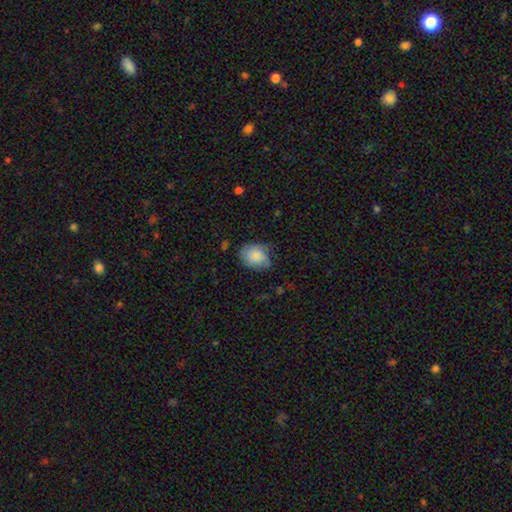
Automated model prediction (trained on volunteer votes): Smooth or featured? Predicted: smooth (p=0.79). How rounded? Predicted: in between (p=0.66). Merging? Predicted: none (p=0.51).